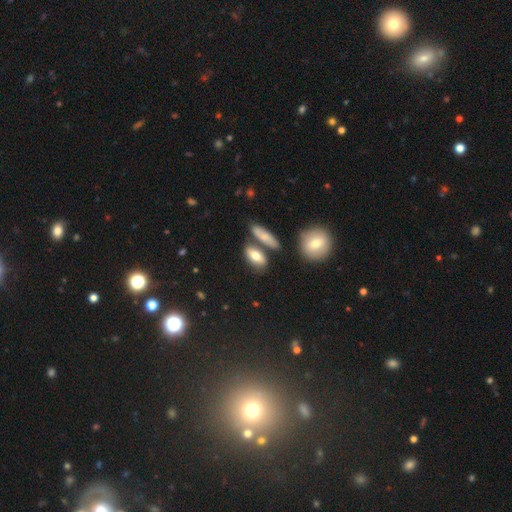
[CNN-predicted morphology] type=smooth (75%); roundness=in between (77%); merging=none (62%).